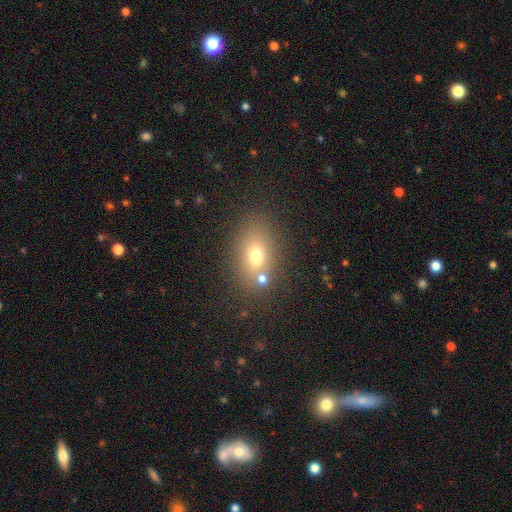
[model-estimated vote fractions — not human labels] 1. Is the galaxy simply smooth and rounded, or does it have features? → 69% smooth, 16% featured or disk, 15% star or artifact.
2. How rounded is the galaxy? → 75% in between, 23% round, 2% cigar-shaped.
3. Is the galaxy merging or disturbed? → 71% none, 14% merger, 11% minor disturbance, 4% major disturbance.